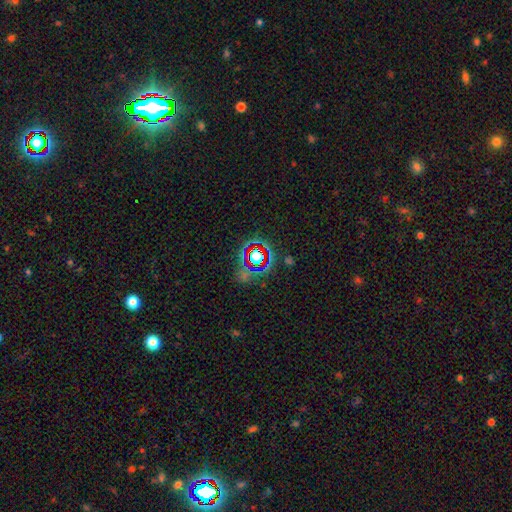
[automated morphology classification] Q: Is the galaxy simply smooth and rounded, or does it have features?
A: star or artifact — 63%.